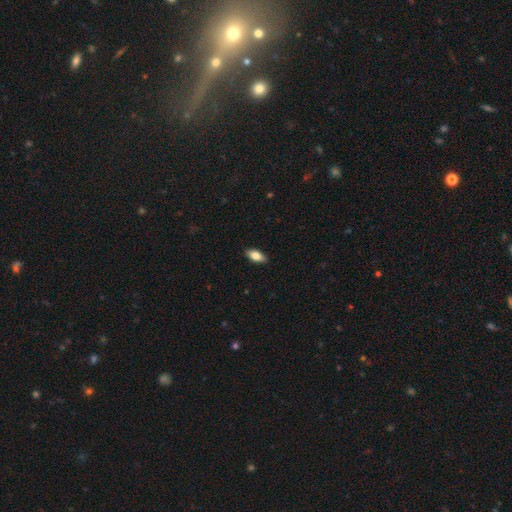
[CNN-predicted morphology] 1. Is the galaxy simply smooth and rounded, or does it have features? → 81% smooth, 12% featured or disk, 6% star or artifact.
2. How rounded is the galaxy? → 89% in between, 9% cigar-shaped, 3% round.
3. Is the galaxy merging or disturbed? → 89% none, 8% minor disturbance, 2% major disturbance, 1% merger.